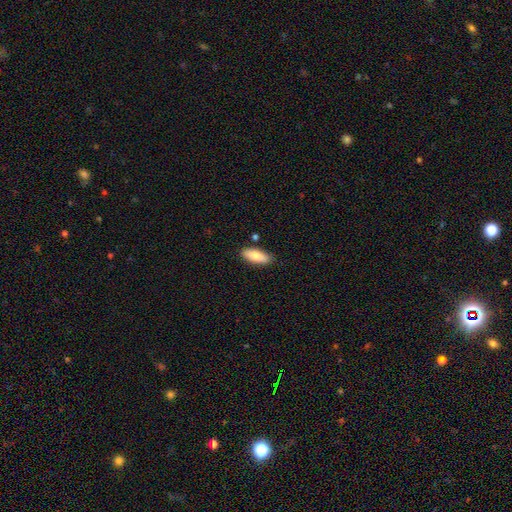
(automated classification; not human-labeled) Smooth or featured?
  - smooth: 81% *
  - featured or disk: 13%
  - star or artifact: 6%
How rounded?
  - in between: 73% *
  - cigar-shaped: 25%
  - round: 2%
Merging?
  - none: 85% *
  - minor disturbance: 10%
  - merger: 3%
  - major disturbance: 2%